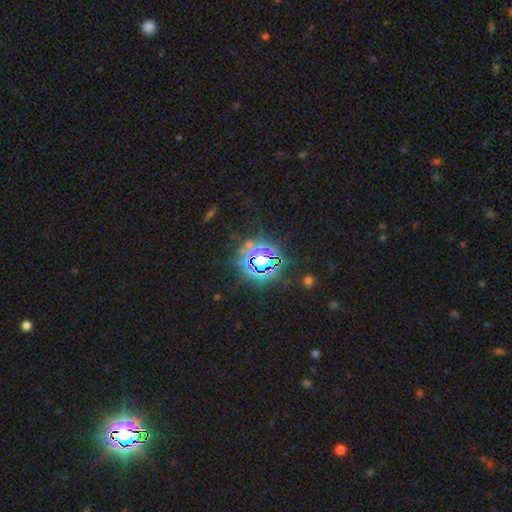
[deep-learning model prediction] A star or artifact, not a galaxy (79%).

Vote fractions:
- Smooth or featured? star or artifact: 79% / smooth: 13% / featured or disk: 8%